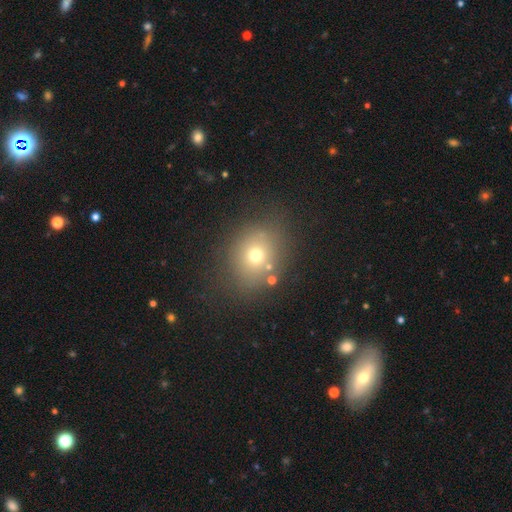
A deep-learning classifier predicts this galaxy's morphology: Smooth or featured?
  - smooth: 67% *
  - star or artifact: 19%
  - featured or disk: 15%
How rounded?
  - round: 63% *
  - in between: 36%
  - cigar-shaped: 1%
Merging?
  - none: 75% *
  - minor disturbance: 13%
  - major disturbance: 6%
  - merger: 5%